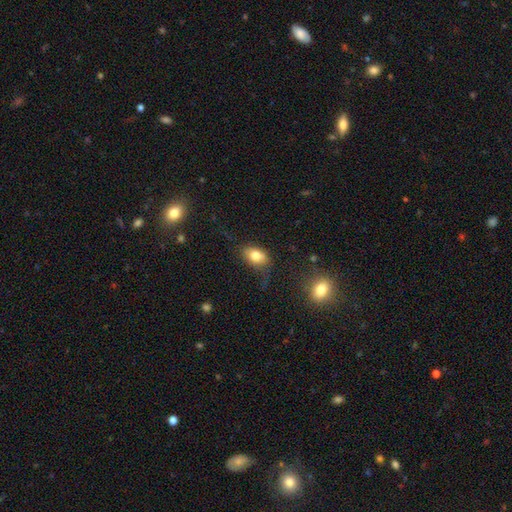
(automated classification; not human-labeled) Smooth or featured? smooth (77%)
How rounded? in between (83%)
Merging? none (55%)